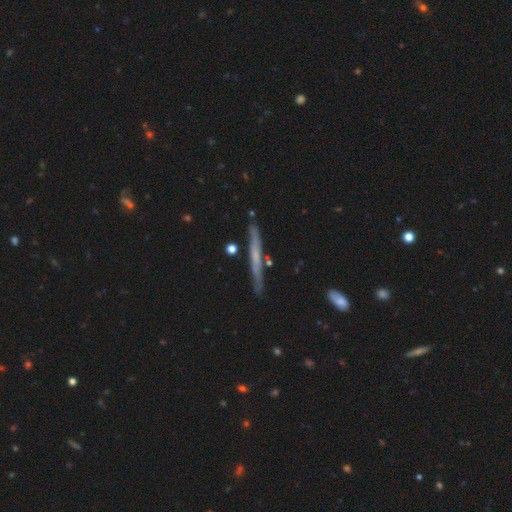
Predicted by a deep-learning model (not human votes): Smooth or featured? featured or disk (55%)
Edge-on disk? yes (94%)
Edge-on bulge? none (76%)
Merging? none (83%)